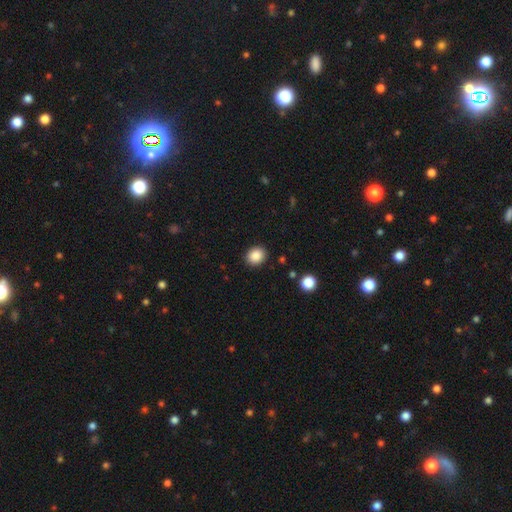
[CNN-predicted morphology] Smooth or featured: smooth — 88% (star or artifact — 9%)
How rounded: round — 59% (in between — 40%)
Merging: none — 90% (minor disturbance — 7%)